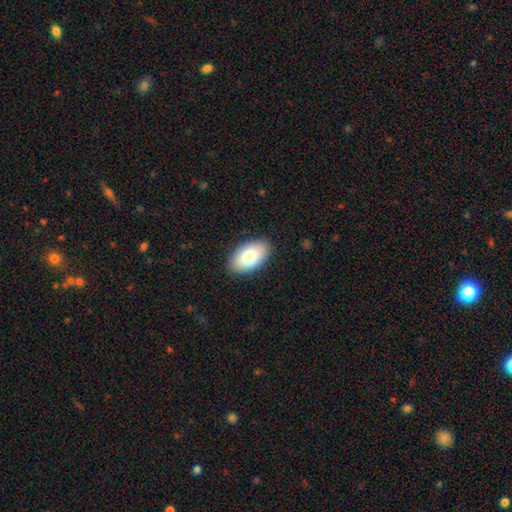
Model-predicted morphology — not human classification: This is likely a smooth galaxy (77%). How rounded: clearly in between (93%). Merging: clearly none (90%).